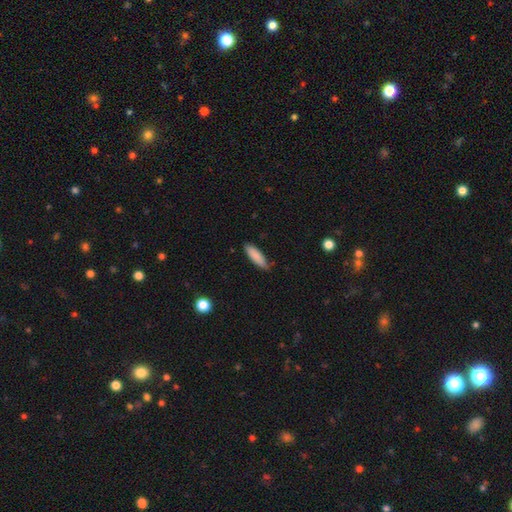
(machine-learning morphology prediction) smooth_or_featured: smooth (p=0.86) [alt: featured or disk p=0.07]
how_rounded: cigar-shaped (p=0.52) [alt: in between p=0.46]
merging: none (p=0.76) [alt: minor disturbance p=0.20]